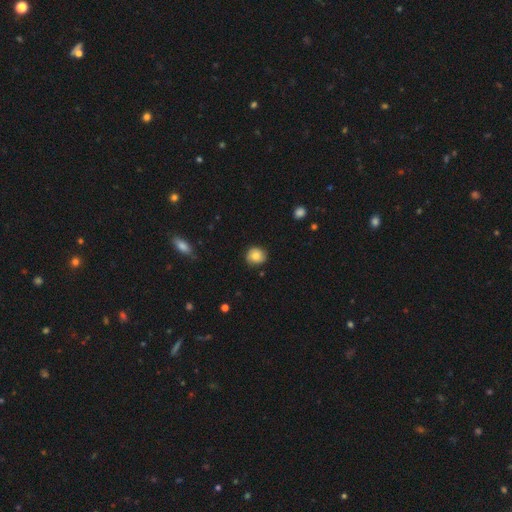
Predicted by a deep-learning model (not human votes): Q: Smooth or featured?
A: smooth (75%); runner-up: featured or disk (16%)
Q: How rounded?
A: round (83%); runner-up: in between (16%)
Q: Merging?
A: none (81%); runner-up: minor disturbance (15%)